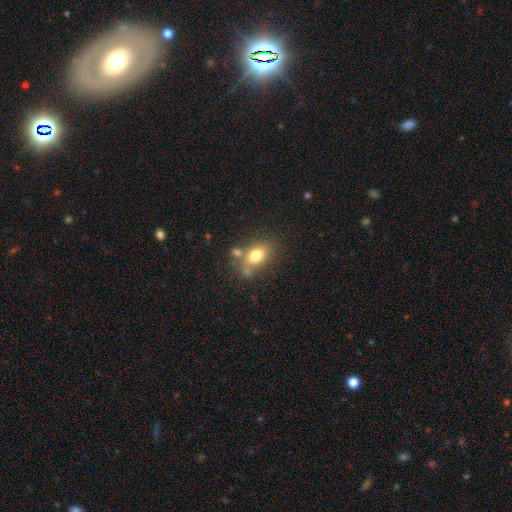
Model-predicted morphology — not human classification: Smooth or featured?
  - smooth: 75% *
  - featured or disk: 15%
  - star or artifact: 10%
How rounded?
  - in between: 77% *
  - round: 21%
  - cigar-shaped: 2%
Merging?
  - none: 59% *
  - minor disturbance: 17%
  - merger: 17%
  - major disturbance: 6%